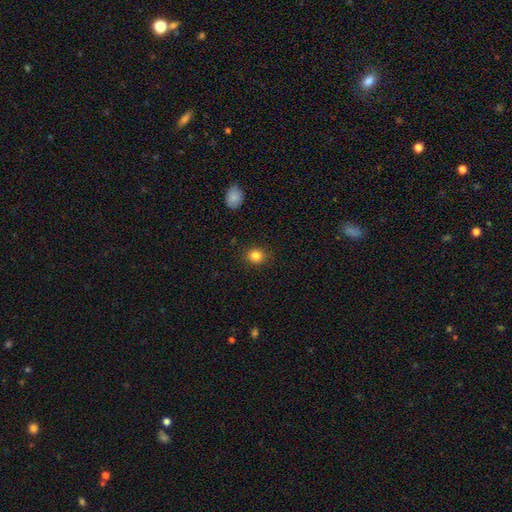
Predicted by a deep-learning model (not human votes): The model was most divided on "how rounded": round: 75%, in between: 24%, cigar-shaped: 1%. More confident: merging — none (88%); smooth or featured — smooth (85%).